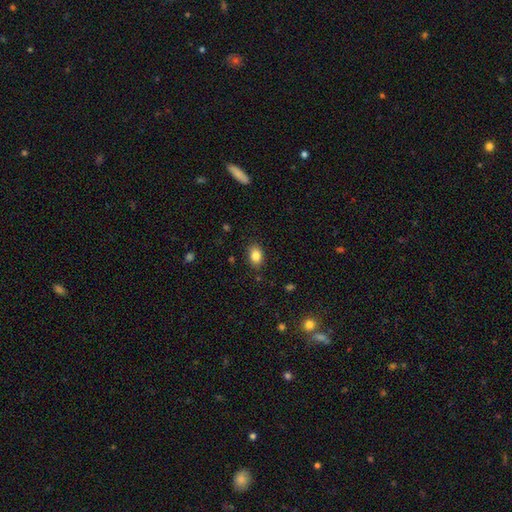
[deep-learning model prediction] Overall: smooth (85%). How rounded: in between (76%). Merging: none (85%).